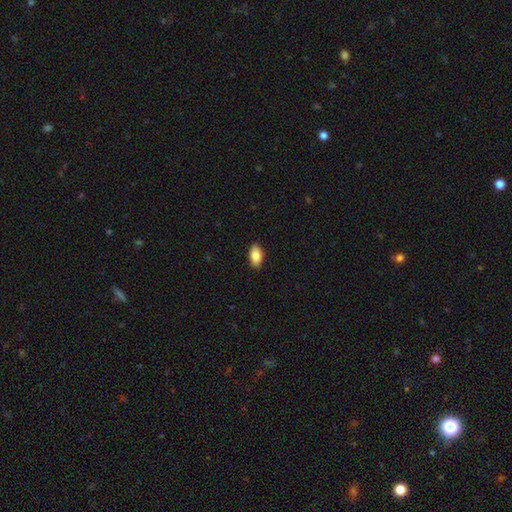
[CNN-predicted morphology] Smooth or featured? smooth (84%)
How rounded? in between (93%)
Merging? none (89%)